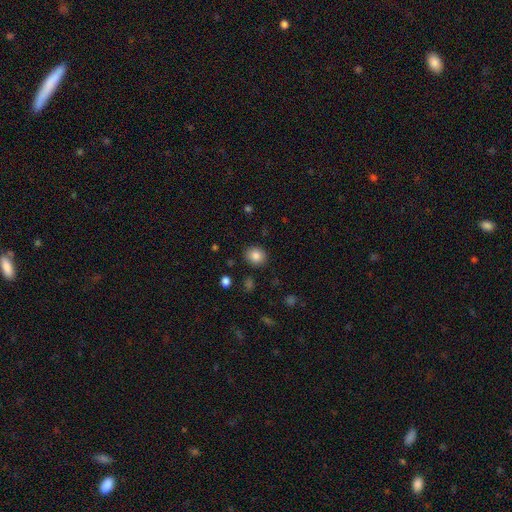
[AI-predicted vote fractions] Smooth or featured: smooth — 85% (star or artifact — 10%)
How rounded: round — 75% (in between — 24%)
Merging: none — 88% (minor disturbance — 8%)